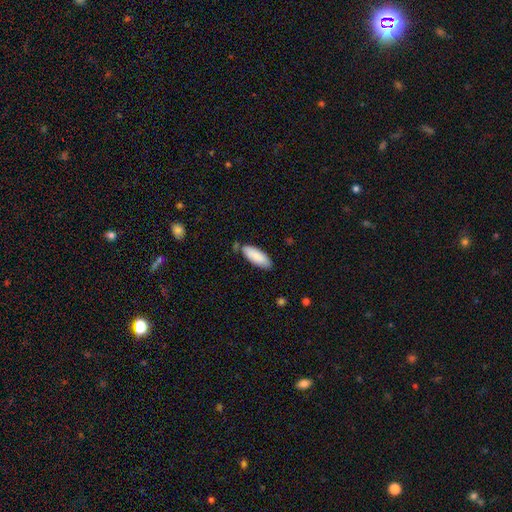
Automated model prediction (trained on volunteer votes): Smooth or featured: smooth — 86% (featured or disk — 8%)
How rounded: in between — 70% (cigar-shaped — 28%)
Merging: none — 72% (minor disturbance — 20%)